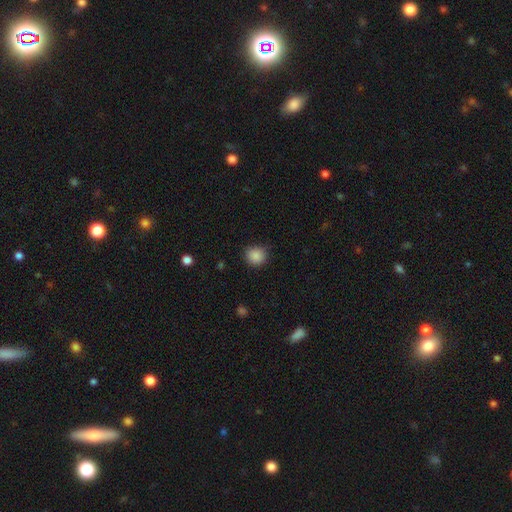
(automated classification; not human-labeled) Q: Smooth or featured?
A: smooth (87%); runner-up: star or artifact (10%)
Q: How rounded?
A: round (86%); runner-up: in between (13%)
Q: Merging?
A: none (85%); runner-up: minor disturbance (11%)